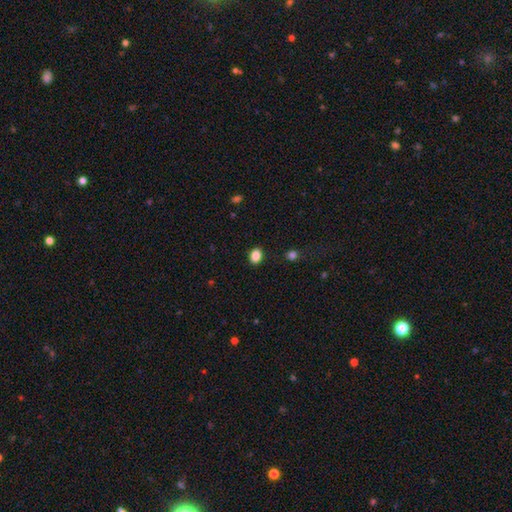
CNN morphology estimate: smooth-or-featured: smooth: 87% | star or artifact: 10% | featured or disk: 4%
  how-rounded: in between: 66% | round: 33% | cigar-shaped: 1%
  merging: none: 89% | minor disturbance: 8% | major disturbance: 2% | merger: 1%